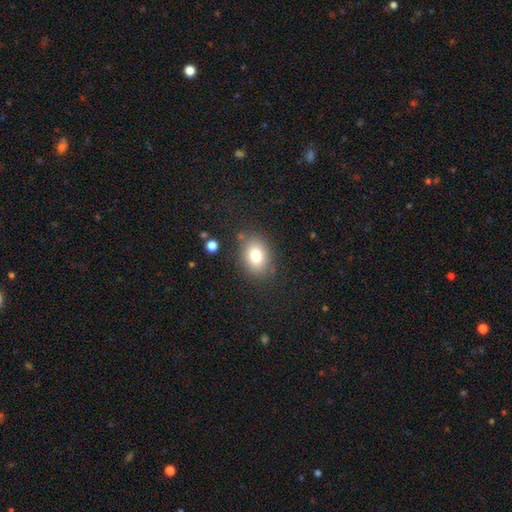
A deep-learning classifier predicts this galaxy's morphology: This appears to be a smooth galaxy with no disk features (79%) that is in between round and cigar-shaped (68%). Merging: none (81%).